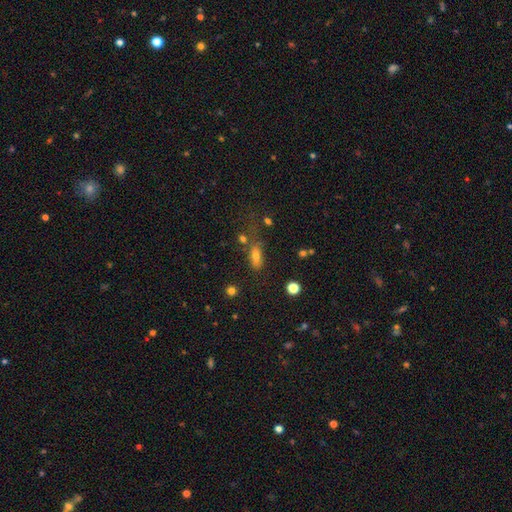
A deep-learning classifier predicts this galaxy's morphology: Q: Smooth or featured?
A: smooth (66%); runner-up: star or artifact (18%)
Q: How rounded?
A: in between (70%); runner-up: cigar-shaped (22%)
Q: Merging?
A: none (52%); runner-up: minor disturbance (20%)